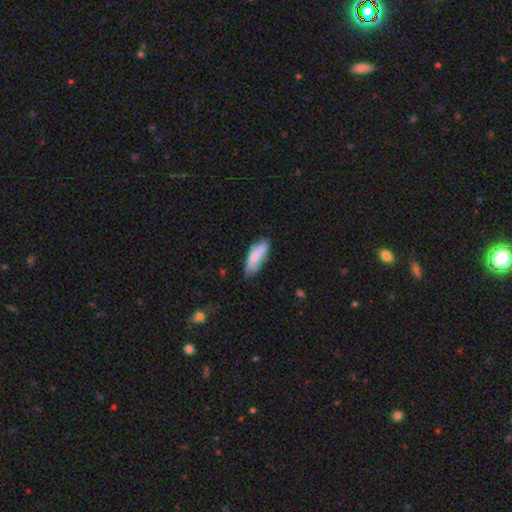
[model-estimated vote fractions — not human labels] The model was most divided on "how rounded": in between: 62%, cigar-shaped: 36%, round: 2%. More confident: smooth or featured — smooth (80%); merging — none (64%).